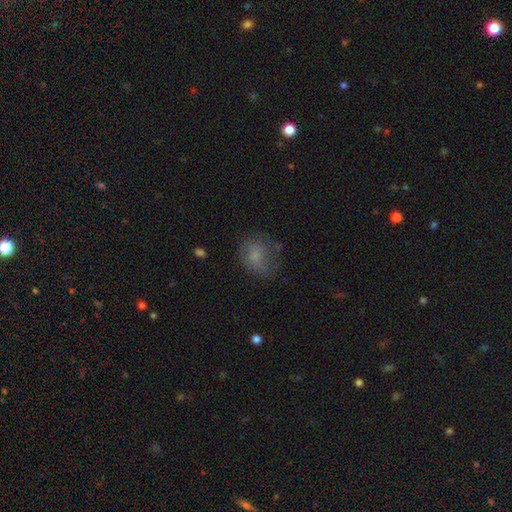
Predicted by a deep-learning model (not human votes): Smooth or featured: smooth — 66% (featured or disk — 21%)
How rounded: round — 50% (in between — 49%)
Merging: none — 53% (minor disturbance — 25%)